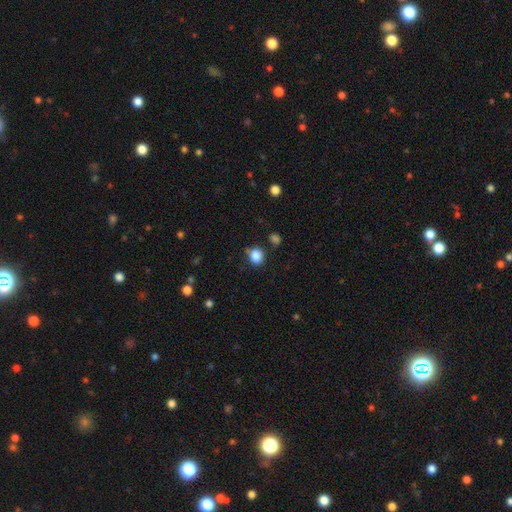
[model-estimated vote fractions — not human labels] Overall: smooth (85%). How rounded: round (67%; in between 32%). Merging: none (76%).